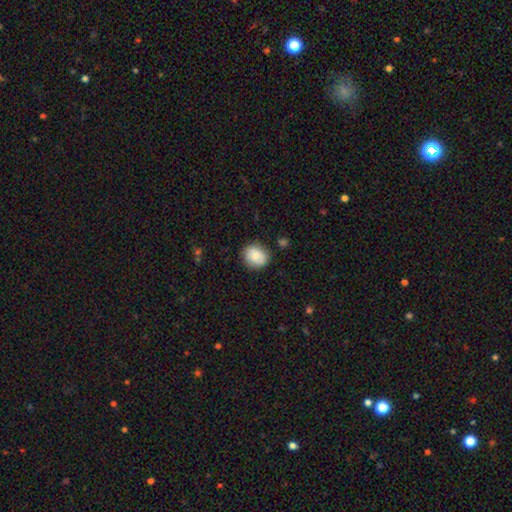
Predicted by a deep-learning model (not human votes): The model was most divided on "how rounded": round: 73%, in between: 26%, cigar-shaped: 1%. More confident: merging — none (82%); smooth or featured — smooth (78%).